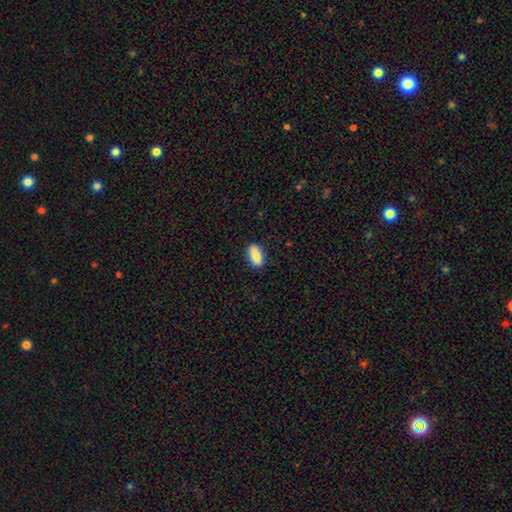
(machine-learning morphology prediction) A smooth galaxy with no disk features (86%) that is in between round and cigar-shaped (84%).

Vote fractions:
- Smooth or featured? smooth: 86% / featured or disk: 7% / star or artifact: 7%
- How rounded? in between: 84% / cigar-shaped: 13% / round: 4%
- Merging? none: 87% / minor disturbance: 10% / major disturbance: 2% / merger: 1%